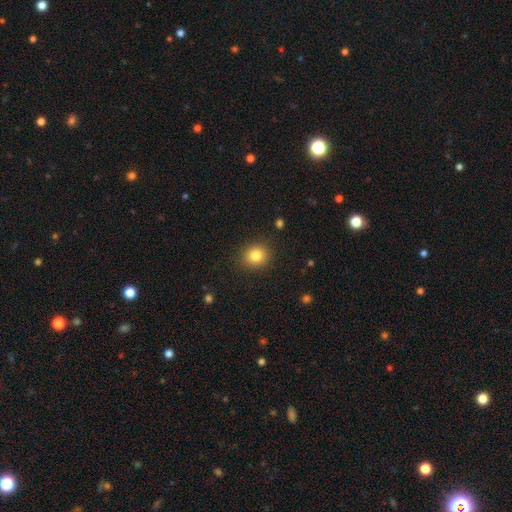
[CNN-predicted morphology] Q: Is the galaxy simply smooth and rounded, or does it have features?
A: smooth — 83%.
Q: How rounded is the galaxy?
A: round — 76%.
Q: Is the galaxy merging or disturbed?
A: none — 89%.